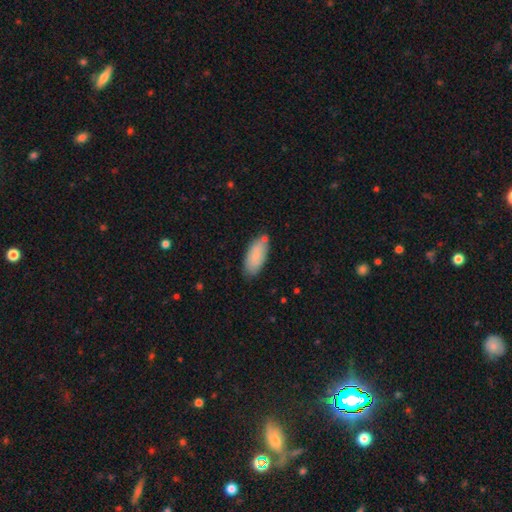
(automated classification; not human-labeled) Smooth or featured?
  - smooth: 83% *
  - featured or disk: 11%
  - star or artifact: 6%
How rounded?
  - in between: 88% *
  - cigar-shaped: 10%
  - round: 2%
Merging?
  - none: 72% *
  - minor disturbance: 19%
  - merger: 6%
  - major disturbance: 3%